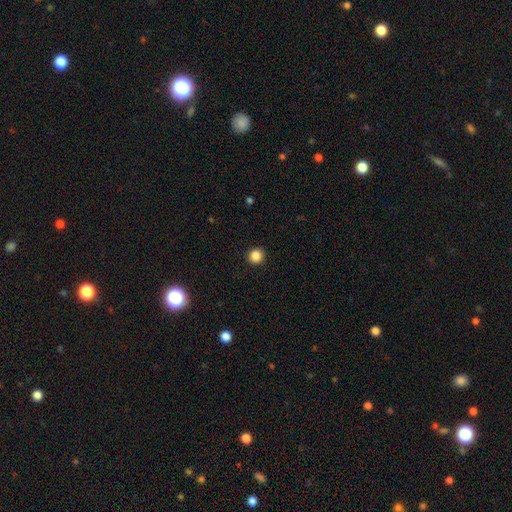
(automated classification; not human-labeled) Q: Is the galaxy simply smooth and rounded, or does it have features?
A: smooth — 86%.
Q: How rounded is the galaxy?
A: round — 89%.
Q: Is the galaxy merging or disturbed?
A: none — 92%.